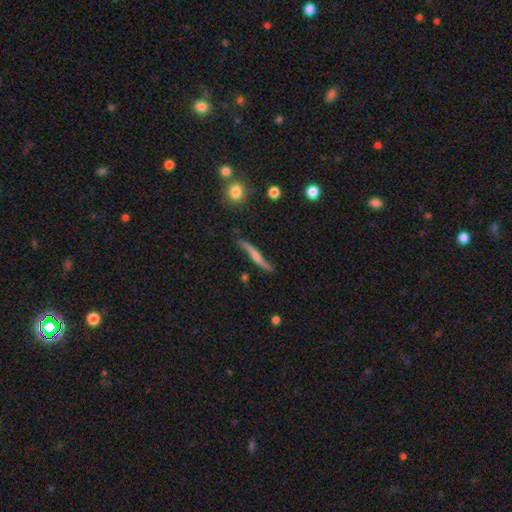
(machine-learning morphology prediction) Smooth or featured? Predicted: featured or disk (p=0.74). Edge-on disk? Predicted: yes (p=0.76). Edge-on bulge? Predicted: rounded (p=0.70). Merging? Predicted: none (p=0.72).